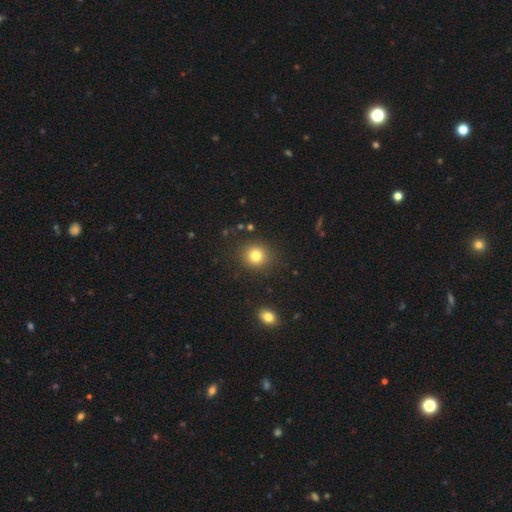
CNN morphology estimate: The model was most divided on "smooth or featured": smooth: 81%, star or artifact: 12%, featured or disk: 7%. More confident: merging — none (89%); how rounded — round (87%).